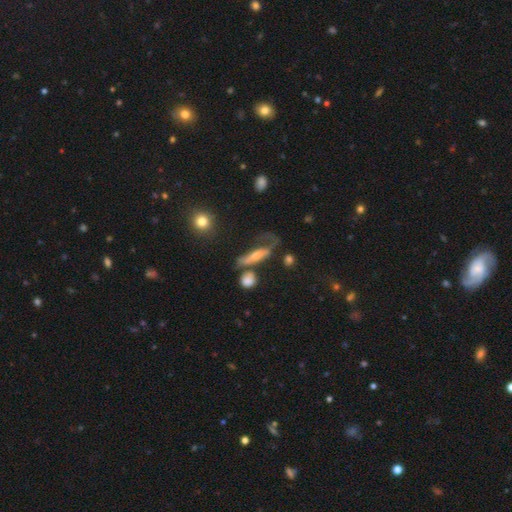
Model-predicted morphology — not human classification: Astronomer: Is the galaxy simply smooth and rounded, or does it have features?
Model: smooth — 49% (runner-up: featured or disk, 41%).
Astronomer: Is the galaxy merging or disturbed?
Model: major disturbance — 39% (runner-up: none, 28%).